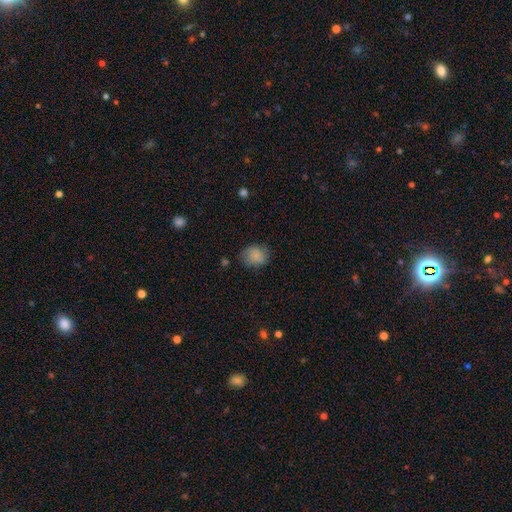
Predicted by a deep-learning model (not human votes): Q: Smooth or featured?
A: smooth (81%); runner-up: star or artifact (10%)
Q: How rounded?
A: round (63%); runner-up: in between (36%)
Q: Merging?
A: none (71%); runner-up: minor disturbance (21%)